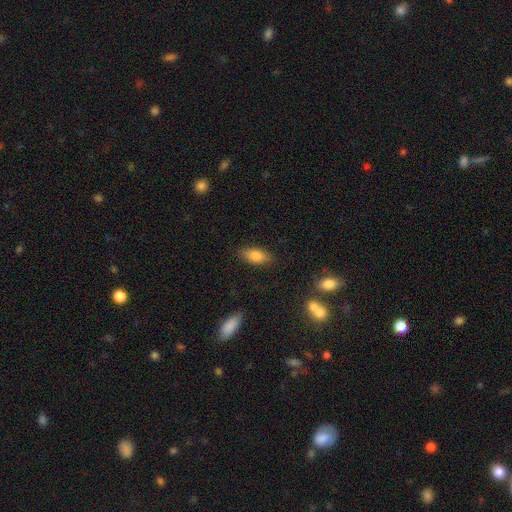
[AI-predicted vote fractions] This is clearly a smooth galaxy (81%). How rounded: clearly in between (84%). Merging: clearly none (85%).